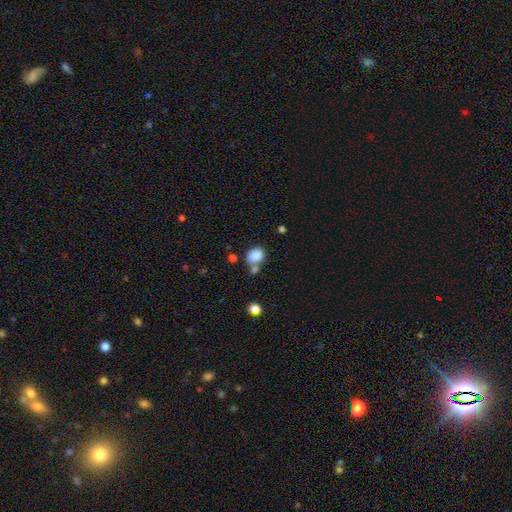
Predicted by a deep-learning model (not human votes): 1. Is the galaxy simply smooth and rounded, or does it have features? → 84% smooth, 10% star or artifact, 6% featured or disk.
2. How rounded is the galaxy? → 52% in between, 47% round, 1% cigar-shaped.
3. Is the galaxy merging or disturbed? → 53% none, 26% merger, 16% minor disturbance, 5% major disturbance.